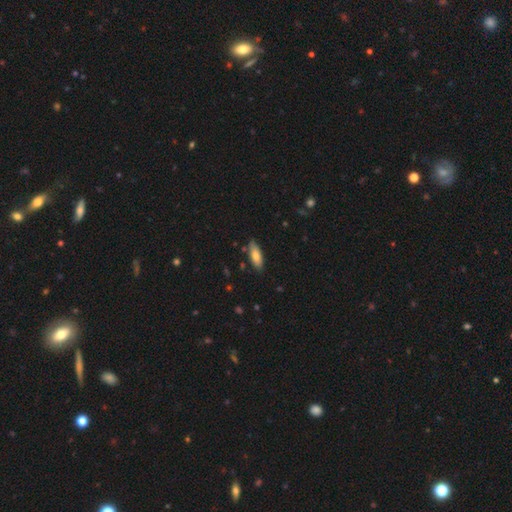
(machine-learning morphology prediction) Smooth or featured: smooth — 76% (featured or disk — 18%)
How rounded: in between — 67% (cigar-shaped — 31%)
Merging: none — 80% (minor disturbance — 16%)